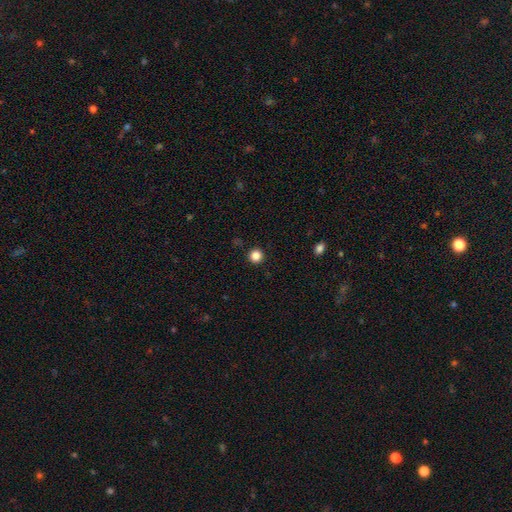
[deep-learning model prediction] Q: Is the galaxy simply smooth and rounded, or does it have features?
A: smooth — 85%.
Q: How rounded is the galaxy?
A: round — 95%.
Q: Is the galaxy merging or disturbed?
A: none — 93%.